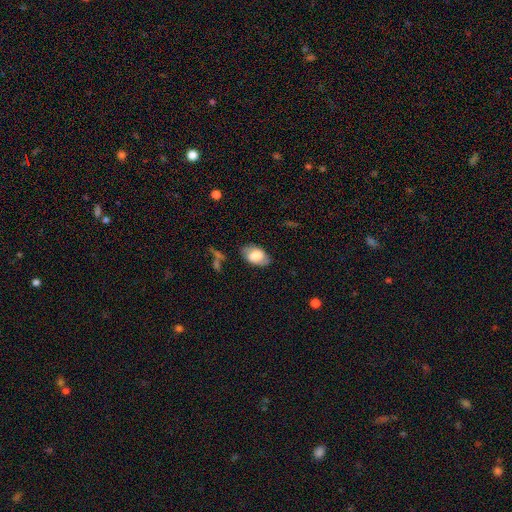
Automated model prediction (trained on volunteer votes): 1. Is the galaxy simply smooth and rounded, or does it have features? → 66% smooth, 27% featured or disk, 7% star or artifact.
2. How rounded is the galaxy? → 93% in between, 6% round, 2% cigar-shaped.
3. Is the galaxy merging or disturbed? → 77% none, 16% minor disturbance, 4% major disturbance, 2% merger.